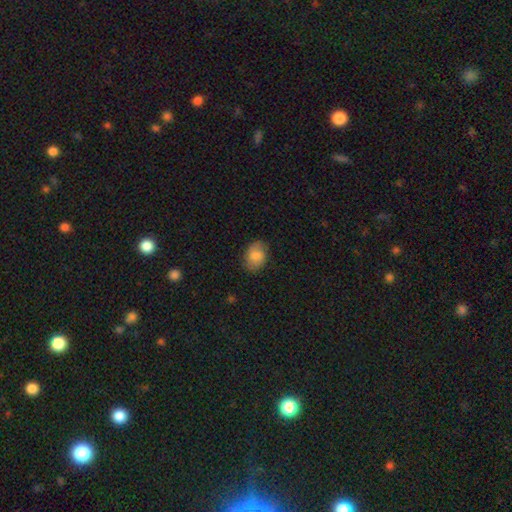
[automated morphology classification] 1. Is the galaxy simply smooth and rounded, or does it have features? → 72% smooth, 20% featured or disk, 8% star or artifact.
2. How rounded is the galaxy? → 75% in between, 24% round, 1% cigar-shaped.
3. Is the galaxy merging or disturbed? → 76% none, 18% minor disturbance, 5% major disturbance, 1% merger.